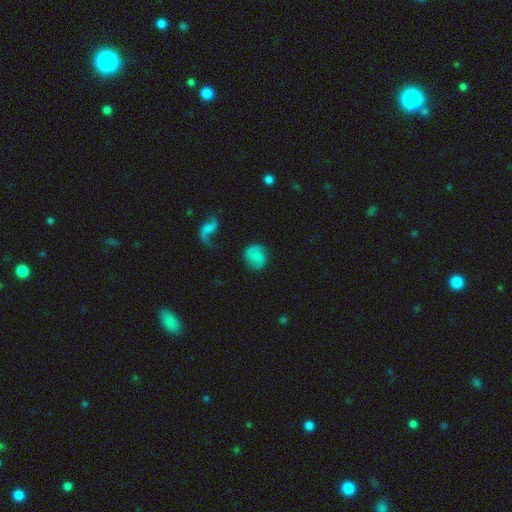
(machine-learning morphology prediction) smooth-or-featured: featured or disk: 46% | smooth: 44% | star or artifact: 11%
  merging: none: 68% | minor disturbance: 17% | major disturbance: 10% | merger: 5%